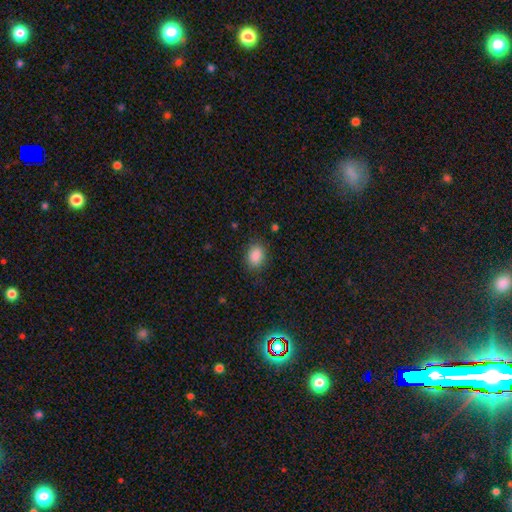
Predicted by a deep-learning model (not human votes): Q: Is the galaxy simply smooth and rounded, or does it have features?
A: smooth — 88%.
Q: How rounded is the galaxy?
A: in between — 66%.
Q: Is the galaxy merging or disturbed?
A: none — 83%.